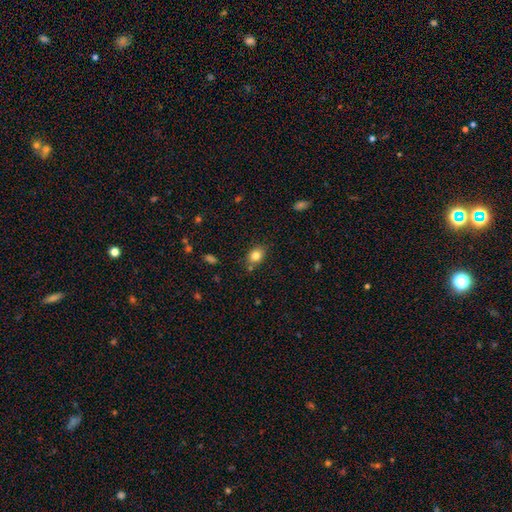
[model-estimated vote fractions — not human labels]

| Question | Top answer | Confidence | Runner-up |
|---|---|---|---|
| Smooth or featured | smooth | 82% | star or artifact (10%) |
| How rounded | in between | 67% | round (31%) |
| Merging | none | 77% | minor disturbance (14%) |